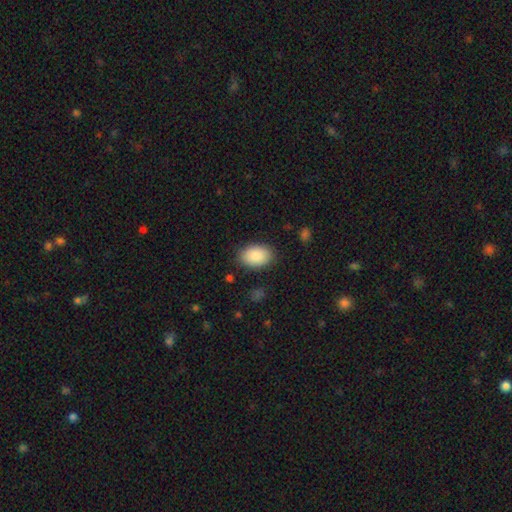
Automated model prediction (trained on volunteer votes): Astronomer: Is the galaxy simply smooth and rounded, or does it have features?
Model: smooth — 88%.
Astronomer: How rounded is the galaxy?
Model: in between — 87%.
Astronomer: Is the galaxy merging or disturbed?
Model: none — 85%.